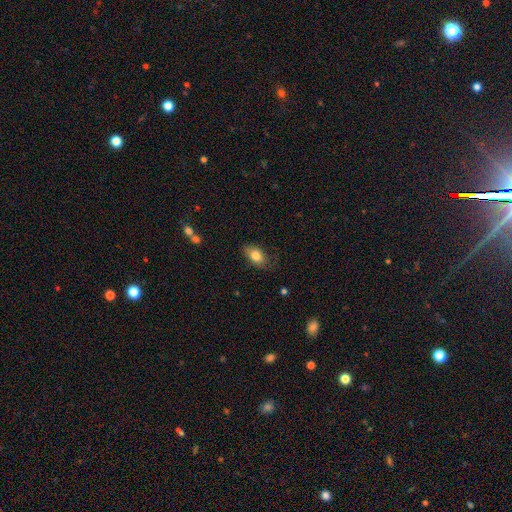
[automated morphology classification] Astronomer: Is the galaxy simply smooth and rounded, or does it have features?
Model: smooth — 81%.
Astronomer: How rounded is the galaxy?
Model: in between — 87%.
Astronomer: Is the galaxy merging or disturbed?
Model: none — 70%.